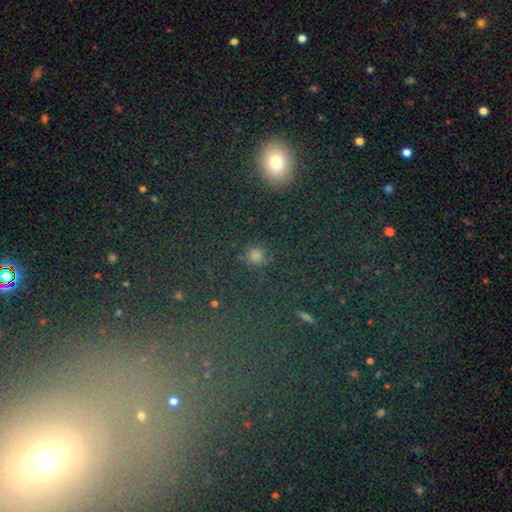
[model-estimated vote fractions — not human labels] A smooth galaxy with no disk features (68%) that is round (55%).

Vote fractions:
- Smooth or featured? smooth: 68% / star or artifact: 24% / featured or disk: 7%
- How rounded? round: 55% / in between: 43% / cigar-shaped: 3%
- Merging? none: 89% / minor disturbance: 6% / major disturbance: 3% / merger: 2%